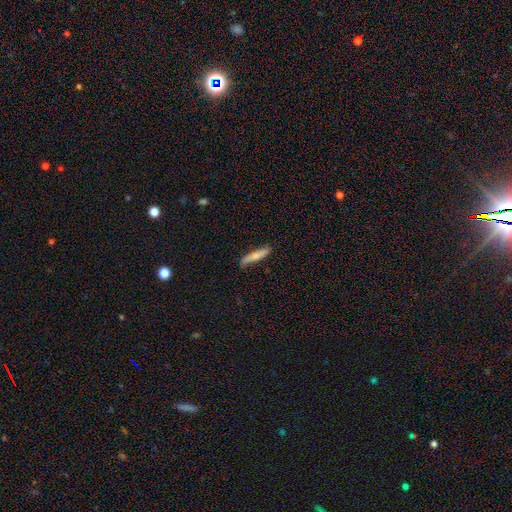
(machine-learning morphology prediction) Smooth or featured? Predicted: smooth (p=0.68). How rounded? Predicted: cigar-shaped (p=0.87). Merging? Predicted: none (p=0.81).